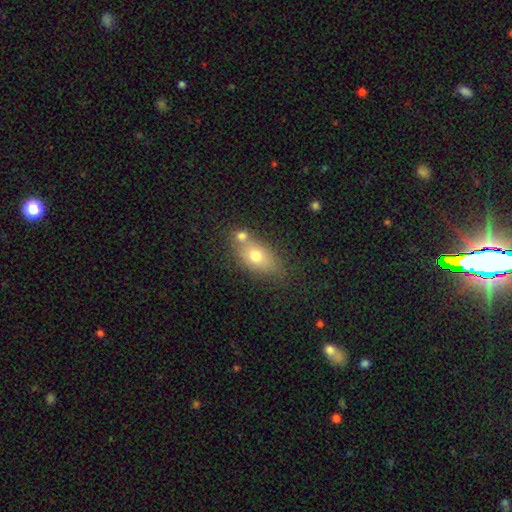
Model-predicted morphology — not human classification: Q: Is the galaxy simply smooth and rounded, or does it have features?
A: smooth — 70%.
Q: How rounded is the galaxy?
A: in between — 77%.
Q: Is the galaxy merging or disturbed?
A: none — 50%.